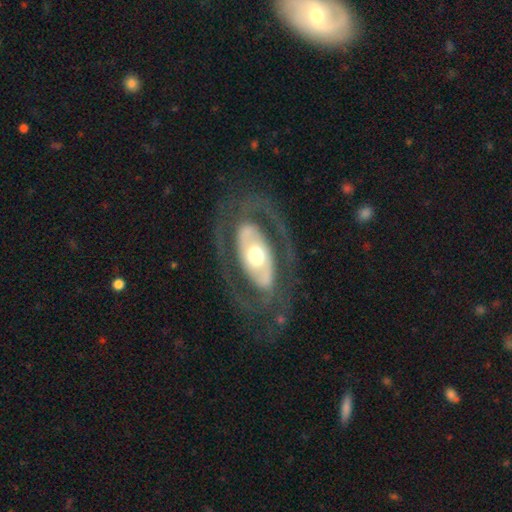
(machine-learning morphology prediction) Smooth or featured? Predicted: featured or disk (p=0.78). Edge-on disk? Predicted: no (p=0.91). Bar? Predicted: no (p=0.64). Spiral arms? Predicted: yes (p=0.61). Bulge size? Predicted: moderate (p=0.59). Merging? Predicted: none (p=0.76).